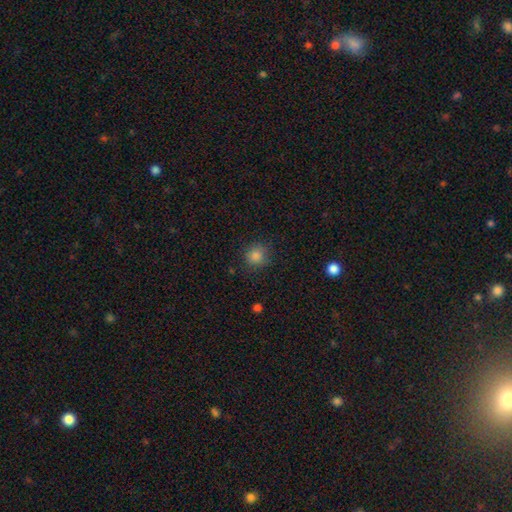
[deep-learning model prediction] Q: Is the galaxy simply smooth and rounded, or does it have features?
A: smooth — 83%.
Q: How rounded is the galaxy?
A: round — 90%.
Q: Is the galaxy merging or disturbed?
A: none — 85%.